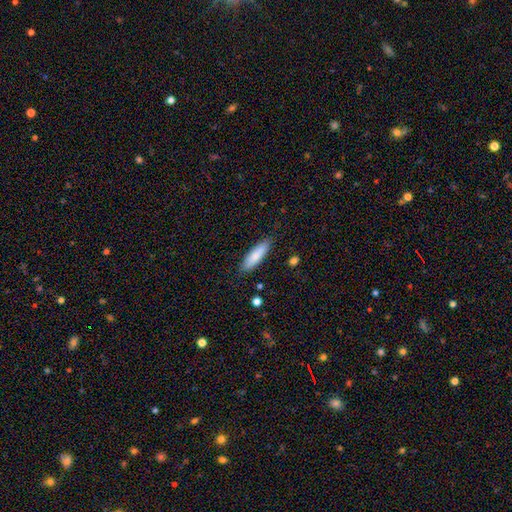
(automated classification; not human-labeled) Smooth or featured: smooth — 83% (featured or disk — 11%)
How rounded: cigar-shaped — 64% (in between — 35%)
Merging: none — 86% (minor disturbance — 11%)